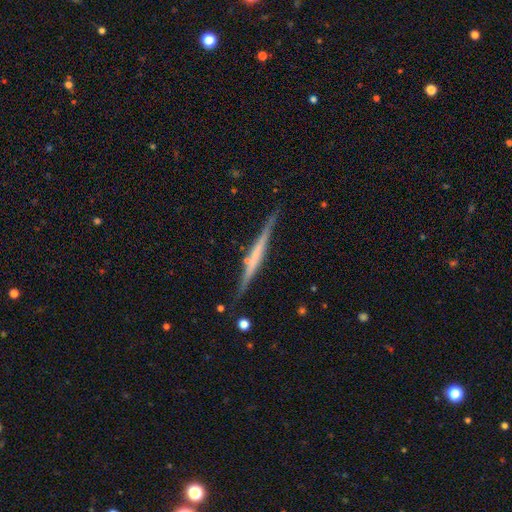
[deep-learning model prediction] Morphology: type=featured or disk (69%); edge-on=yes (98%); edge-on bulge=none (62%); merging=none (85%).